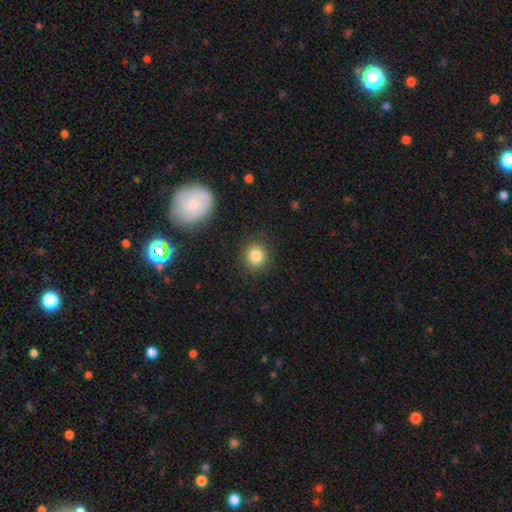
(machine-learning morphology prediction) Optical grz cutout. It shows a smooth galaxy with no disk features (83%) that is round (88%). Merging: none (89%).